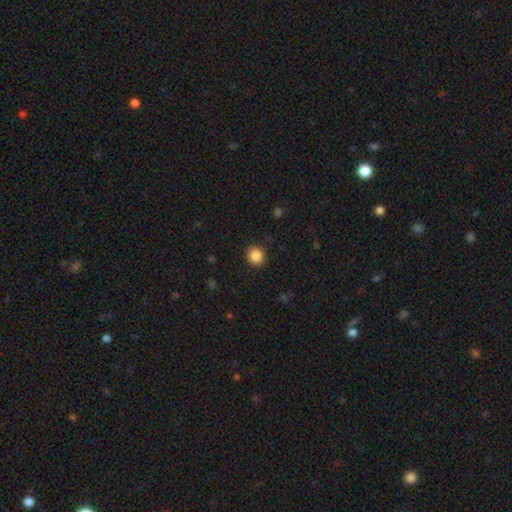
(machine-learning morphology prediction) The model was most divided on "how rounded": round: 86%, in between: 13%, cigar-shaped: 1%. More confident: merging — none (90%); smooth or featured — smooth (87%).